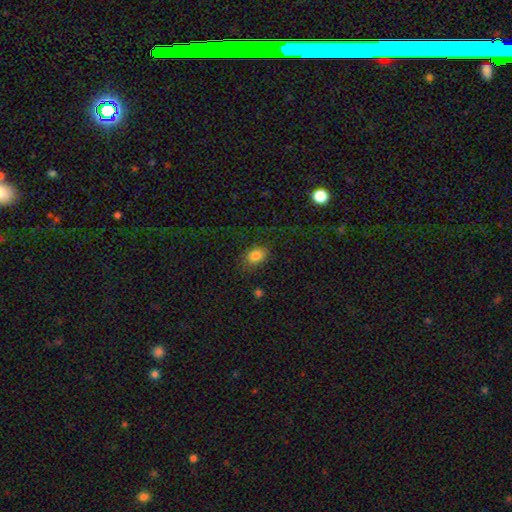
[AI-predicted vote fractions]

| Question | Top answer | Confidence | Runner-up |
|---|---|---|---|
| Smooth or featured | smooth | 84% | star or artifact (10%) |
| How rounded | in between | 75% | round (24%) |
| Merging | none | 79% | minor disturbance (15%) |